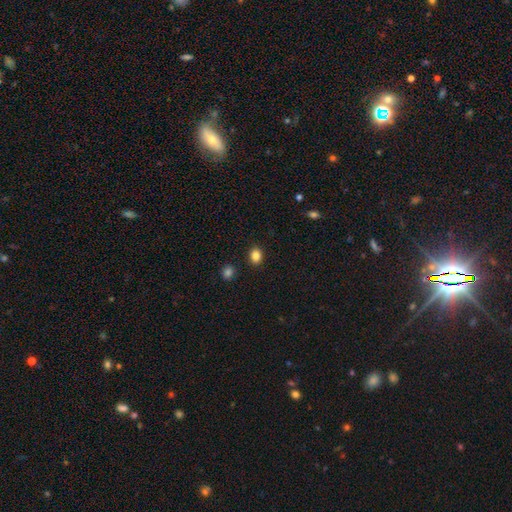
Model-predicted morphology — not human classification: Q: Smooth or featured?
A: smooth (86%); runner-up: star or artifact (10%)
Q: How rounded?
A: in between (55%); runner-up: round (44%)
Q: Merging?
A: none (89%); runner-up: minor disturbance (7%)